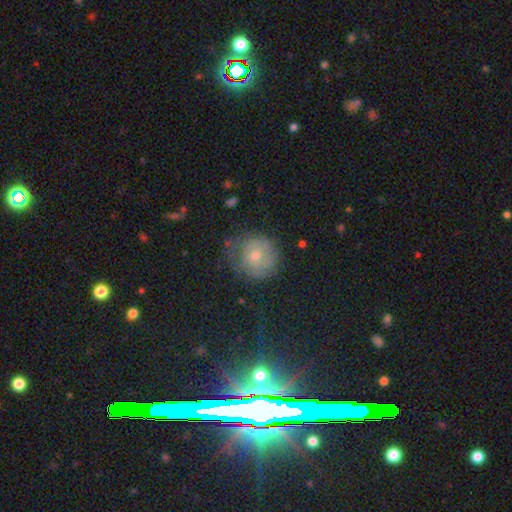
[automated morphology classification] Smooth or featured? Predicted: smooth (p=0.42). Merging? Predicted: none (p=0.66).